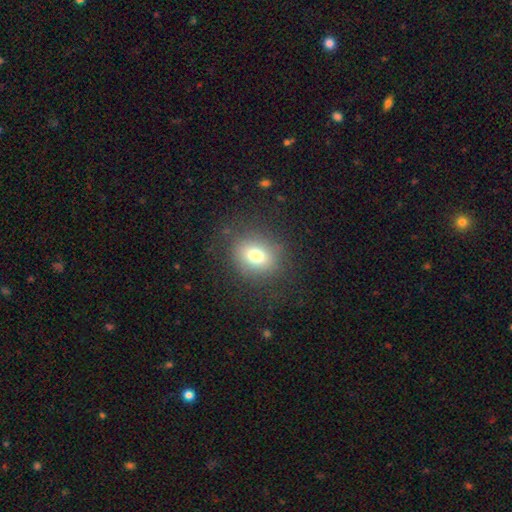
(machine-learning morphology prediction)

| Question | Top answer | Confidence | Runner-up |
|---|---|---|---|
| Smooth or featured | smooth | 74% | star or artifact (14%) |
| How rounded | round | 64% | in between (34%) |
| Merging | none | 81% | minor disturbance (11%) |